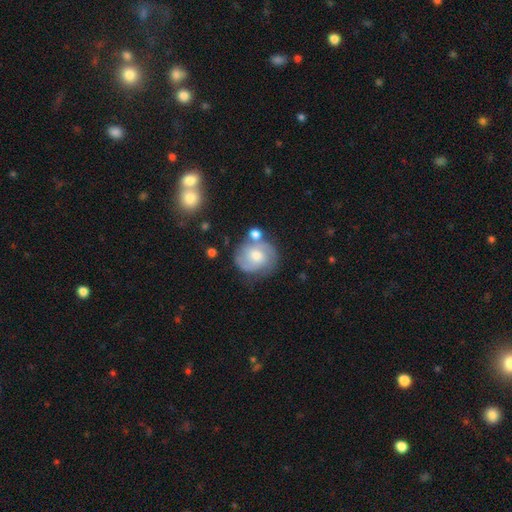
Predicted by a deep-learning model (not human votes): Q: Smooth or featured?
A: featured or disk (62%); runner-up: smooth (31%)
Q: Edge-on disk?
A: no (97%); runner-up: yes (3%)
Q: Bar?
A: no (63%); runner-up: weak (33%)
Q: Spiral arms?
A: yes (87%); runner-up: no (13%)
Q: Spiral winding?
A: tight (43%); runner-up: medium (42%)
Q: Spiral arm count?
A: 2 (63%); runner-up: can't tell (19%)
Q: Bulge size?
A: moderate (60%); runner-up: small (26%)
Q: Merging?
A: none (60%); runner-up: minor disturbance (19%)